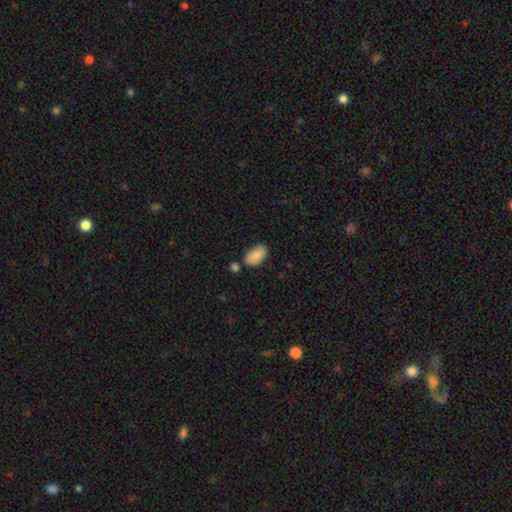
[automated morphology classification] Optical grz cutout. It shows a smooth galaxy with no disk features (87%) that is in between round and cigar-shaped (94%). Merging: none (70%).